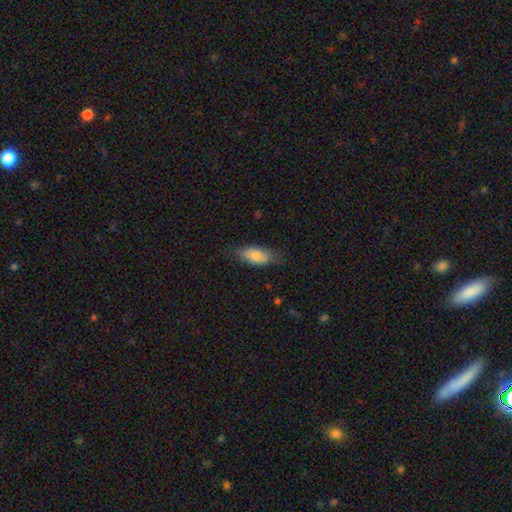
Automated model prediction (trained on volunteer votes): Overall: smooth (79%). How rounded: in between (87%). Merging: none (72%).